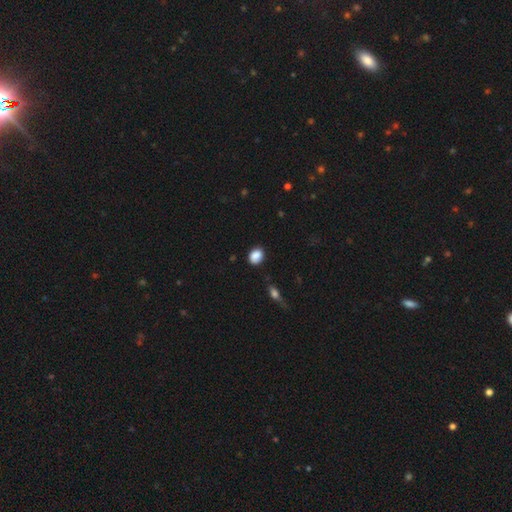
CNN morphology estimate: smooth_or_featured: smooth (p=0.87) [alt: star or artifact p=0.08]
how_rounded: in between (p=0.63) [alt: round p=0.35]
merging: none (p=0.81) [alt: minor disturbance p=0.14]